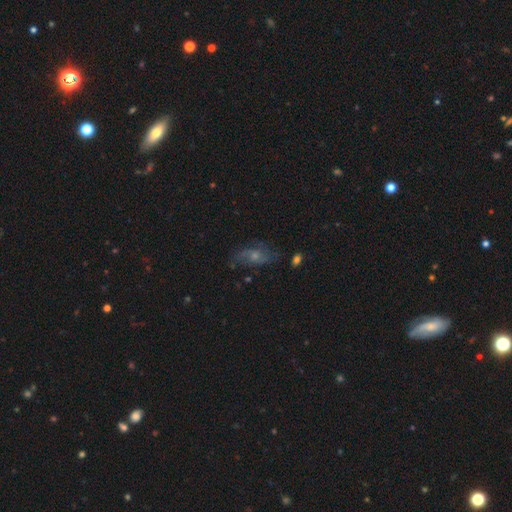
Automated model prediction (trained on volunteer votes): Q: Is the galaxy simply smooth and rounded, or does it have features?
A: featured or disk — 58%.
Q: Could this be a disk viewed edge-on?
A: no — 90%.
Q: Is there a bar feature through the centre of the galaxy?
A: no — 67%.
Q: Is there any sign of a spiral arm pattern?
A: yes — 82%.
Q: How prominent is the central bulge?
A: moderate — 45%.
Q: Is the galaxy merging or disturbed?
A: none — 67%.